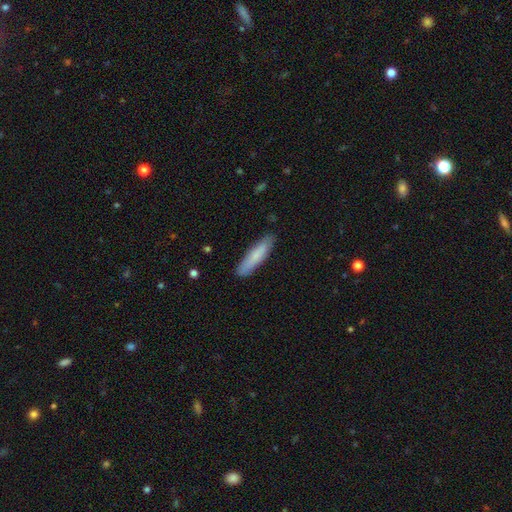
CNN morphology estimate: A smooth galaxy with no disk features (78%) that is cigar-shaped (81%).

Vote fractions:
- Smooth or featured? smooth: 78% / featured or disk: 16% / star or artifact: 6%
- How rounded? cigar-shaped: 81% / in between: 17% / round: 1%
- Merging? none: 87% / minor disturbance: 10% / major disturbance: 2% / merger: 1%